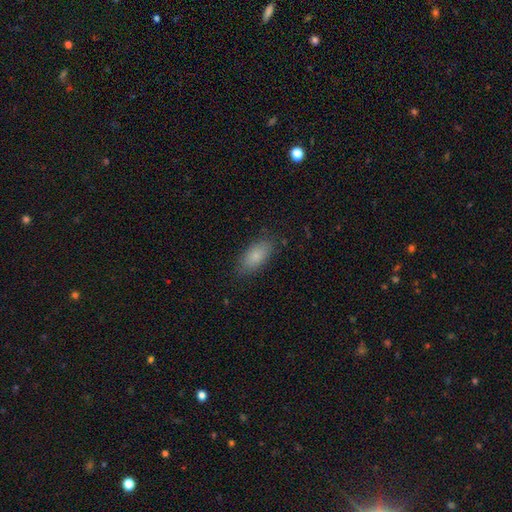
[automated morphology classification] The model was most divided on "merging": none: 83%, minor disturbance: 13%, major disturbance: 3%, merger: 1%. More confident: how rounded — in between (90%); smooth or featured — smooth (83%).